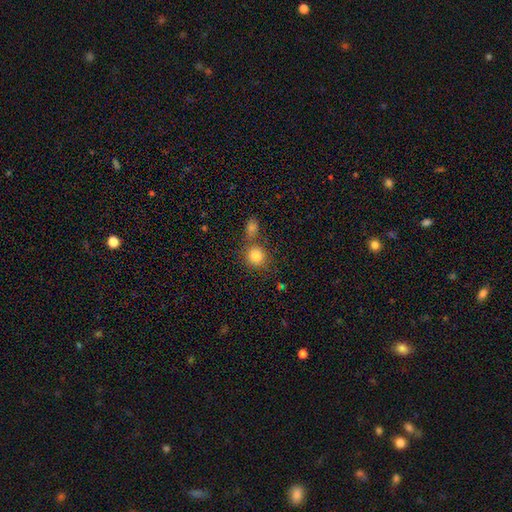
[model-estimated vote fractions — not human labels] The model was most divided on "merging": none: 63%, merger: 23%, minor disturbance: 10%, major disturbance: 4%. More confident: how rounded — round (87%); smooth or featured — smooth (83%).